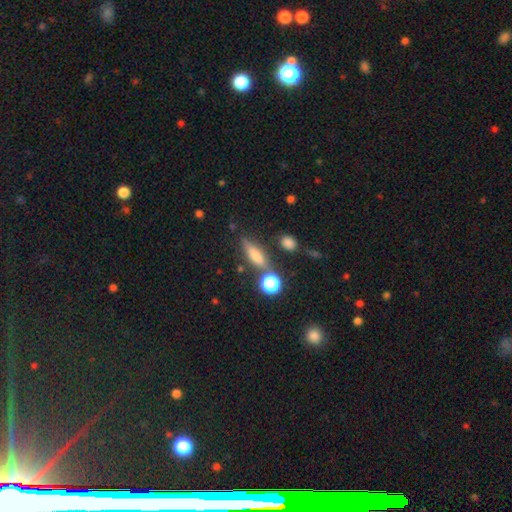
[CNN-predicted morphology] This appears to be a smooth galaxy with no disk features (55%) that is cigar-shaped (53%). Merging: none (71%).